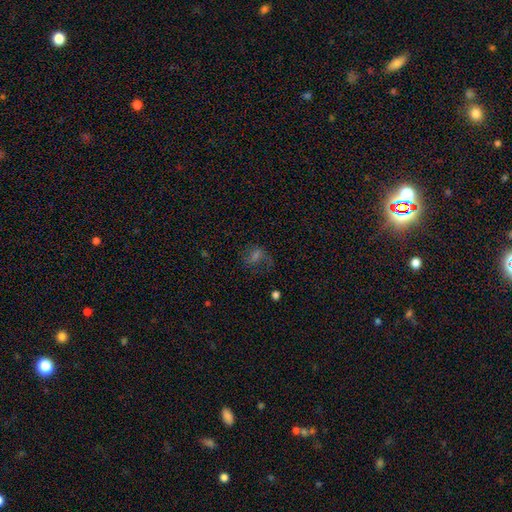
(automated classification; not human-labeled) featured or disk 48%, smooth 26%, star or artifact 26%. Down the decision tree: merging — none (58%).